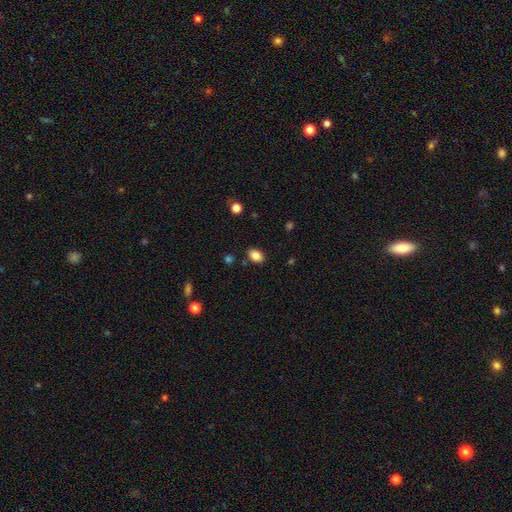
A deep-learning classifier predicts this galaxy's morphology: Q: Smooth or featured?
A: smooth (85%); runner-up: star or artifact (9%)
Q: How rounded?
A: in between (77%); runner-up: round (22%)
Q: Merging?
A: none (85%); runner-up: minor disturbance (10%)